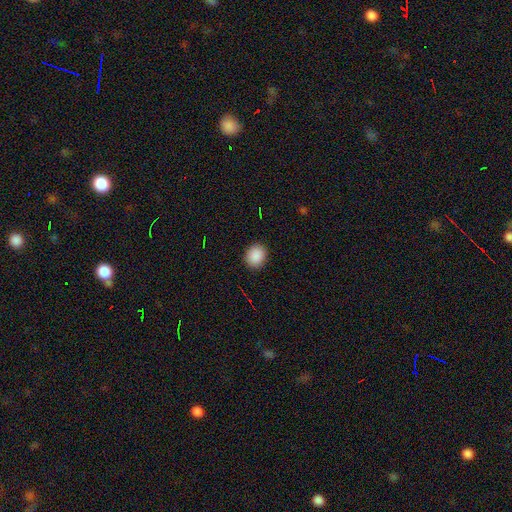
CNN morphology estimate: Smooth or featured?
  - smooth: 89% *
  - star or artifact: 8%
  - featured or disk: 3%
How rounded?
  - round: 65% *
  - in between: 34%
  - cigar-shaped: 1%
Merging?
  - none: 90% *
  - minor disturbance: 7%
  - major disturbance: 2%
  - merger: 1%